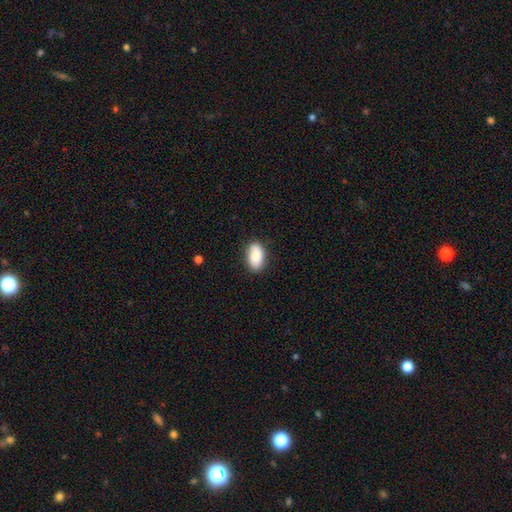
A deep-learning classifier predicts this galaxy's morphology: smooth_or_featured: smooth (p=0.88) [alt: star or artifact p=0.06]
how_rounded: in between (p=0.93) [alt: round p=0.05]
merging: none (p=0.83) [alt: minor disturbance p=0.13]